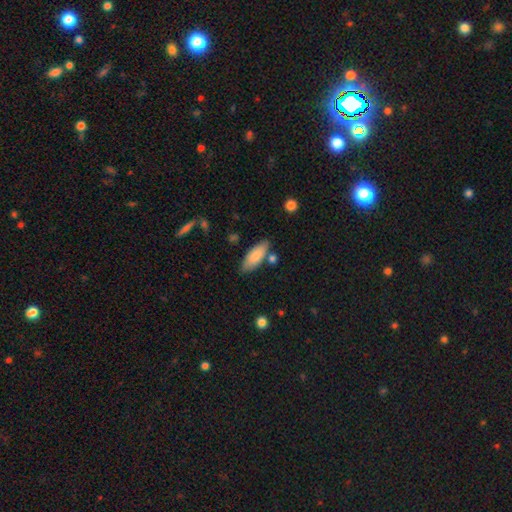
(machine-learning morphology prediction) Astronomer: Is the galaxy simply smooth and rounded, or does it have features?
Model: smooth — 82%.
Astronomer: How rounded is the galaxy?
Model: in between — 71%.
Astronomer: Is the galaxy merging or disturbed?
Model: none — 79%.